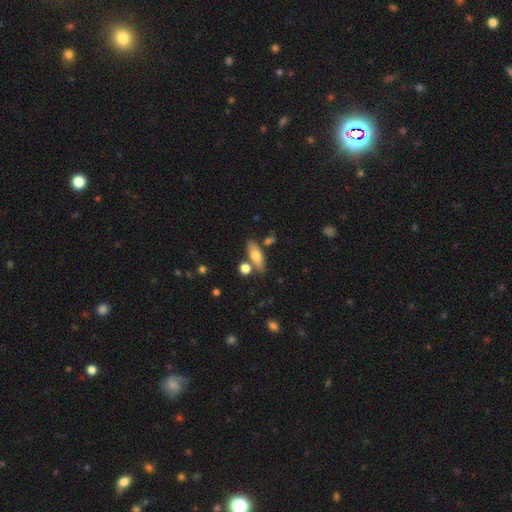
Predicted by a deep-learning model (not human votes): Morphology: type=smooth (67%); roundness=in between (64%); merging=none (72%).